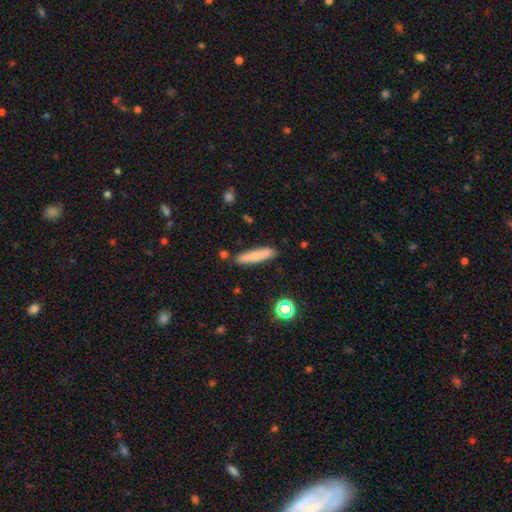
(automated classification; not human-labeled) Smooth or featured? smooth (76%)
How rounded? cigar-shaped (90%)
Merging? none (84%)